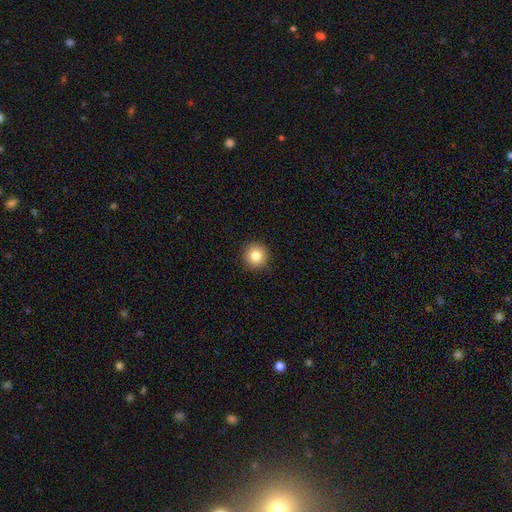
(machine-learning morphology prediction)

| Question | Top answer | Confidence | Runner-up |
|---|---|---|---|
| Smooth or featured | smooth | 83% | star or artifact (10%) |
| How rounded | round | 95% | in between (4%) |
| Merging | none | 92% | minor disturbance (5%) |